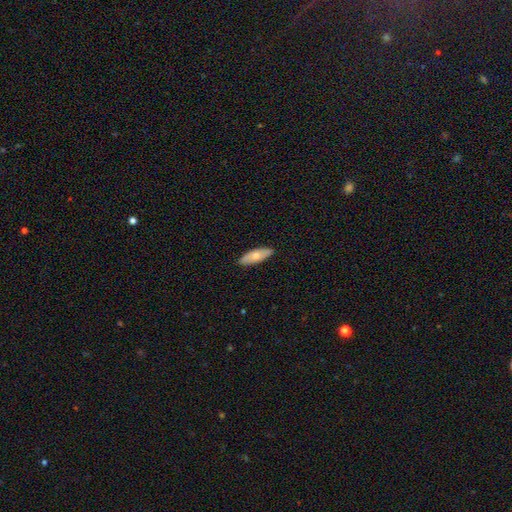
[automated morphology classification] Smooth or featured? smooth (66%)
How rounded? in between (69%)
Merging? none (88%)